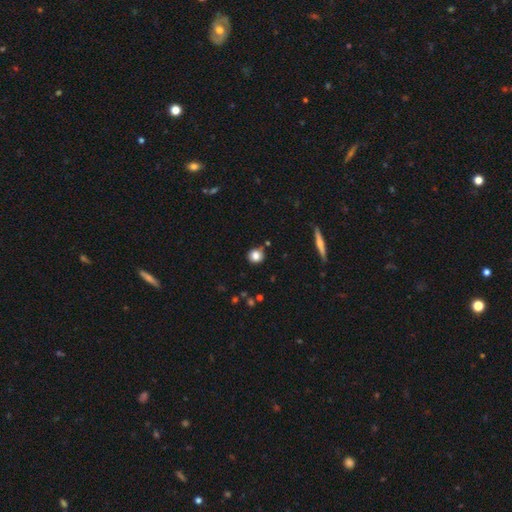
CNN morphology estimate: smooth-or-featured: smooth: 82% | star or artifact: 11% | featured or disk: 8%
  how-rounded: round: 88% | in between: 10% | cigar-shaped: 1%
  merging: none: 85% | minor disturbance: 9% | merger: 4% | major disturbance: 2%